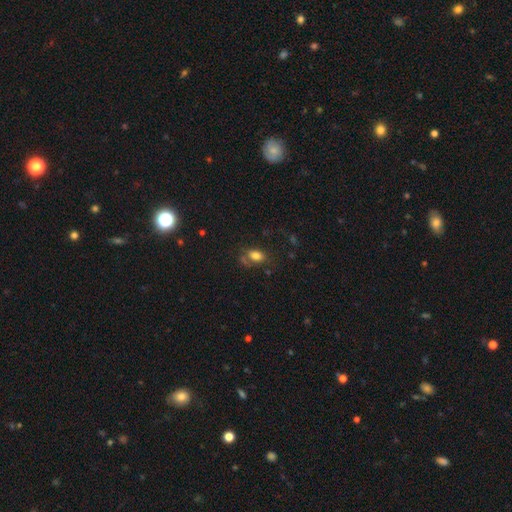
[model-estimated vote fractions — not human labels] smooth 76%, featured or disk 12%, star or artifact 11%. Down the decision tree: how rounded — in between (83%); merging — none (58%).